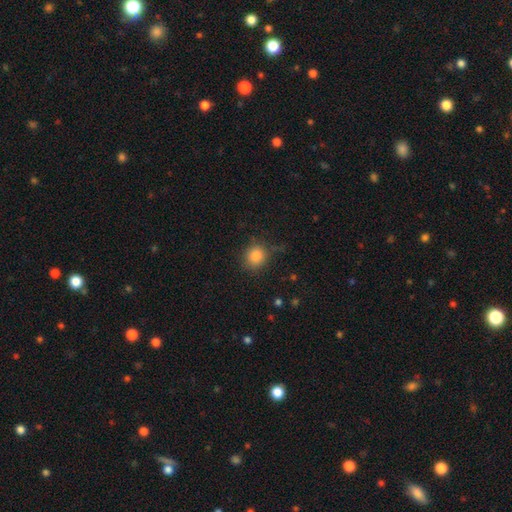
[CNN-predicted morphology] Smooth or featured?
  - smooth: 84% *
  - star or artifact: 11%
  - featured or disk: 5%
How rounded?
  - round: 85% *
  - in between: 14%
  - cigar-shaped: 1%
Merging?
  - none: 79% *
  - minor disturbance: 15%
  - major disturbance: 4%
  - merger: 2%